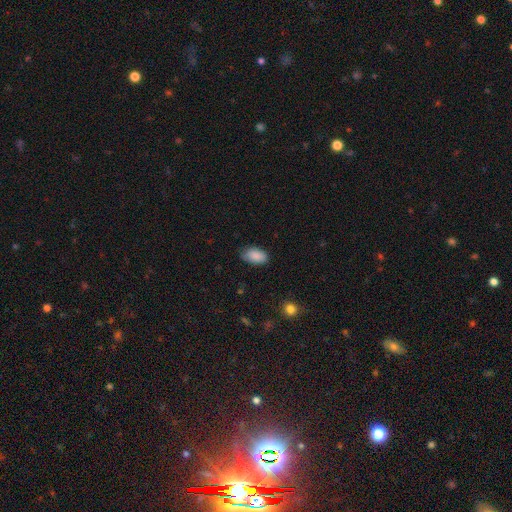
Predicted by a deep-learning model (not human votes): This is clearly a smooth galaxy (88%). How rounded: clearly in between (93%). Merging: likely none (75%).